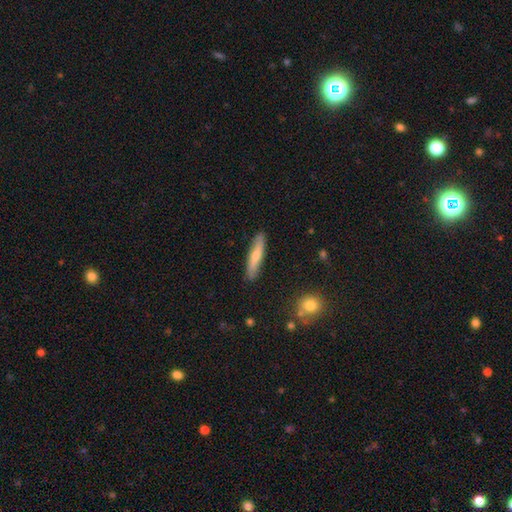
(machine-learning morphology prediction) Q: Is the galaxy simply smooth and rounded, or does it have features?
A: smooth — 63%.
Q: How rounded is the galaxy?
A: cigar-shaped — 87%.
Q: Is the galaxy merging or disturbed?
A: none — 88%.